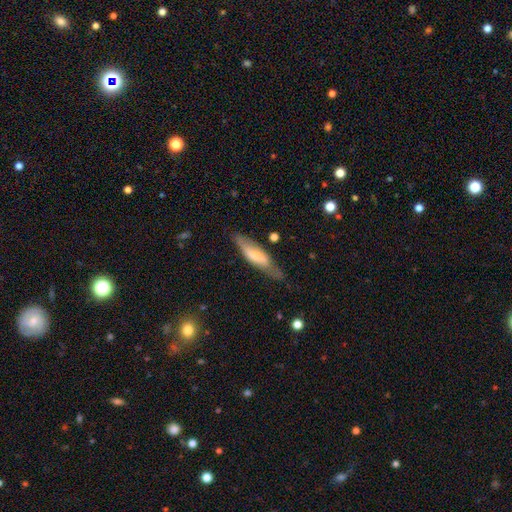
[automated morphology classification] The model was most divided on "smooth or featured": smooth: 50%, featured or disk: 44%, star or artifact: 6%. More confident: merging — none (68%); how rounded — cigar-shaped (61%).